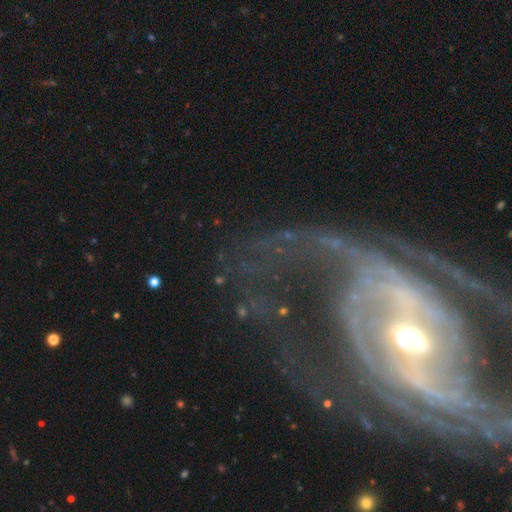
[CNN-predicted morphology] Overall: featured or disk (81%). Edge-on disk: no (94%). Bar: no (36%; strong 32%). Spiral arms: yes (77%). Spiral arm count: 2 (37%; can't tell 28%). Spiral winding: tight (38%; medium 34%). Bulge size: moderate (57%; small 28%). Merging: none (46%; major disturbance 35%).